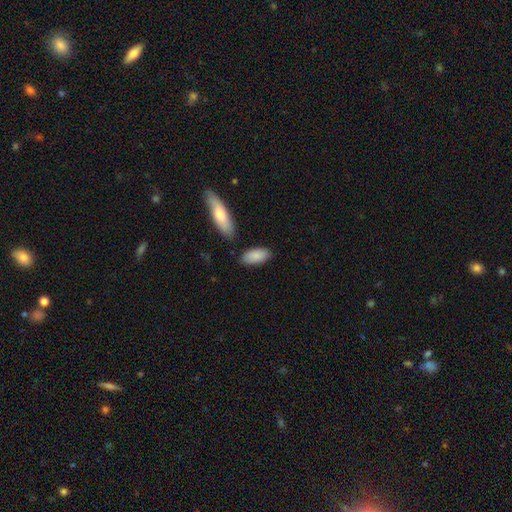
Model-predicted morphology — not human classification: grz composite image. It shows a smooth galaxy with no disk features (88%) that is in between round and cigar-shaped (89%). Merging: none (78%).